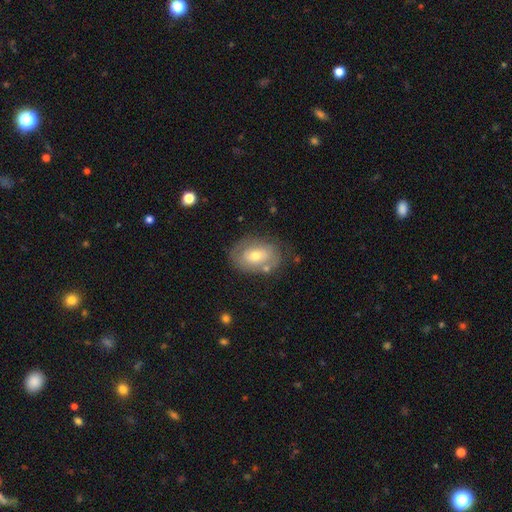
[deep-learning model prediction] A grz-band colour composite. It shows a smooth galaxy with no disk features (47%). Merging: none (67%).